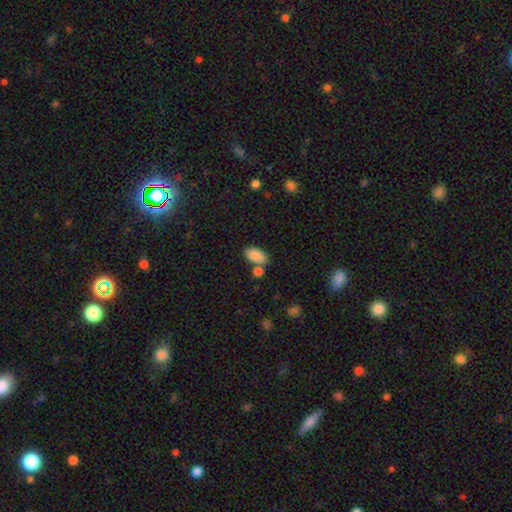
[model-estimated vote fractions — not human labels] A smooth galaxy with no disk features (88%) that is in between round and cigar-shaped (94%). Merging: none (65%).